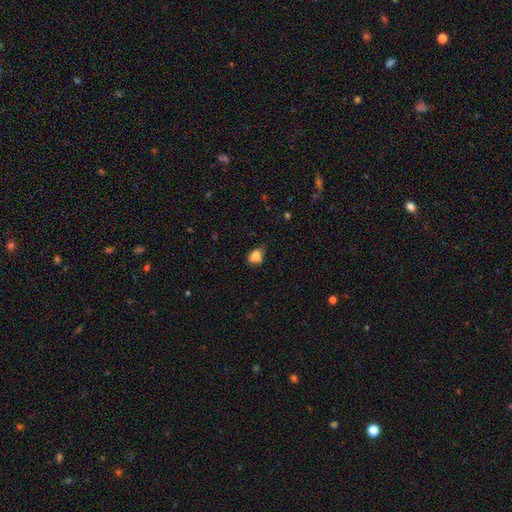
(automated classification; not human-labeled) smooth 78%, featured or disk 12%, star or artifact 10%. Down the decision tree: how rounded — in between (62%); merging — none (47%).